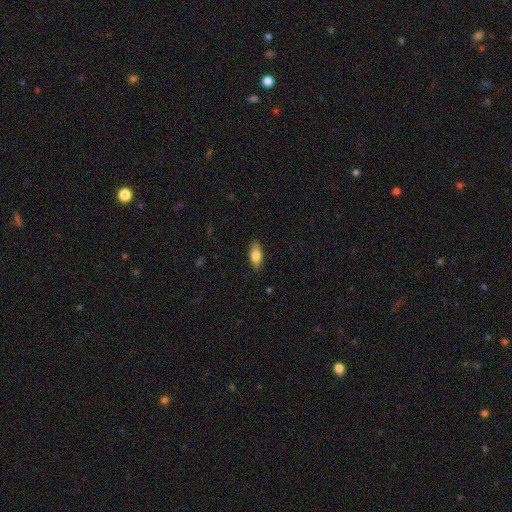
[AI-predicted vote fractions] This is likely a smooth galaxy (78%). How rounded: clearly in between (82%). Merging: clearly none (87%).